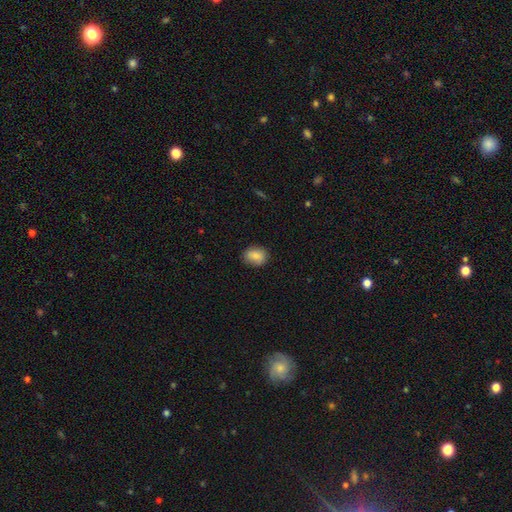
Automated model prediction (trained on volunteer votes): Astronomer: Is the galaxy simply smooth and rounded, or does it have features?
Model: smooth — 86%.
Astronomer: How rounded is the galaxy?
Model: in between — 62%.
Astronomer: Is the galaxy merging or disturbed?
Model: none — 84%.